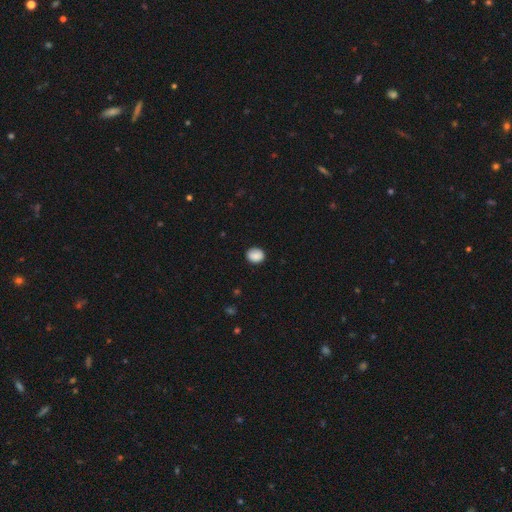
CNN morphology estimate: Overall: smooth (88%). How rounded: round (60%; in between 39%). Merging: none (86%).